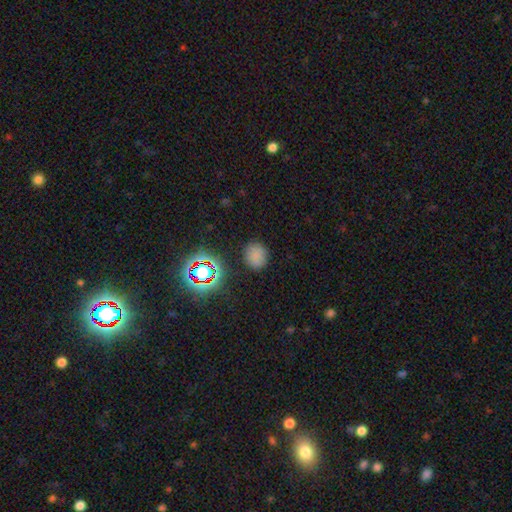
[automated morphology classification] Smooth or featured? Predicted: smooth (p=0.72). How rounded? Predicted: round (p=0.79). Merging? Predicted: none (p=0.84).